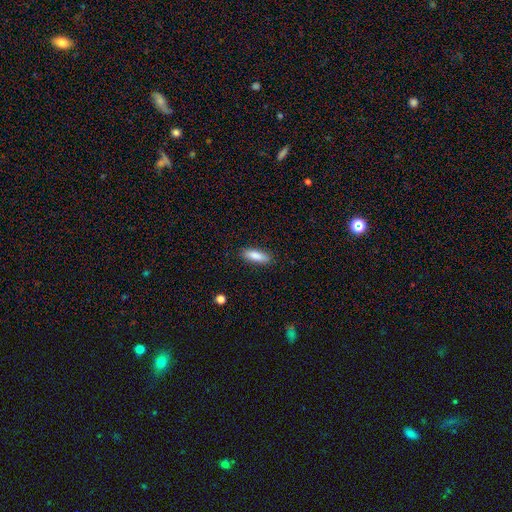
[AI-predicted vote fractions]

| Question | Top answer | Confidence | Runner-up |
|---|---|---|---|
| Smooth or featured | smooth | 86% | featured or disk (8%) |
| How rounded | in between | 58% | cigar-shaped (40%) |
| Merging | none | 87% | minor disturbance (10%) |